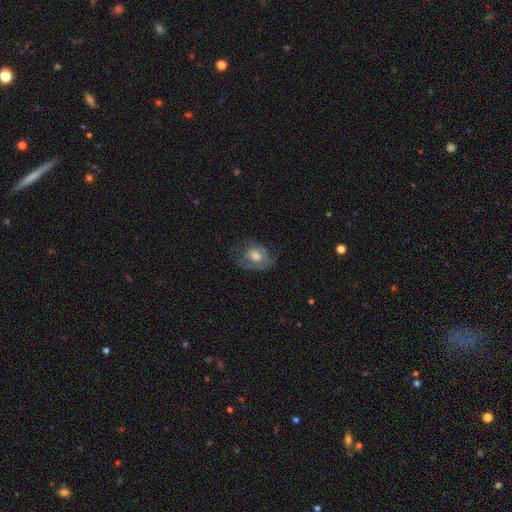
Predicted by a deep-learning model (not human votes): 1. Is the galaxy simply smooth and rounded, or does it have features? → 60% featured or disk, 32% smooth, 9% star or artifact.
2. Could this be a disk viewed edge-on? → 96% no, 4% yes.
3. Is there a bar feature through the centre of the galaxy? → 72% no, 24% weak, 4% strong.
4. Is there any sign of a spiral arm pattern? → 73% yes, 27% no.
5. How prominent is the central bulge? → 62% moderate, 17% small, 16% large, 3% none, 2% dominant.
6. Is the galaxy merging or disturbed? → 59% none, 23% minor disturbance, 16% major disturbance, 1% merger.